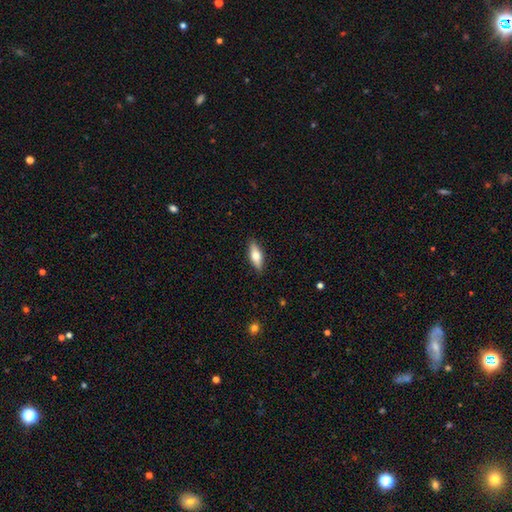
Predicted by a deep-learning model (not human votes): This is likely a smooth galaxy (66%). How rounded: likely in between (62%). Merging: clearly none (88%).